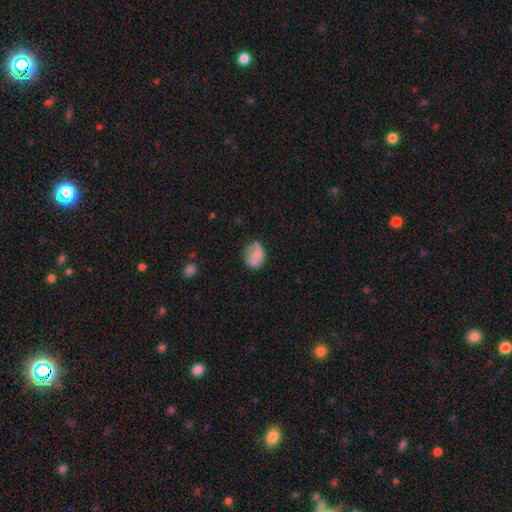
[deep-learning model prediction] Smooth or featured?
  - smooth: 70% *
  - featured or disk: 20%
  - star or artifact: 10%
How rounded?
  - in between: 61% *
  - round: 38%
  - cigar-shaped: 1%
Merging?
  - none: 42% *
  - minor disturbance: 34%
  - major disturbance: 20%
  - merger: 4%